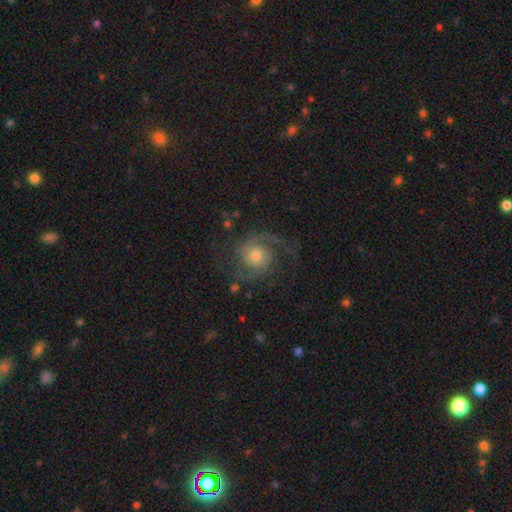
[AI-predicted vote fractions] This is clearly a featured or disk galaxy (83%). It is clearly not viewed edge-on (98%). Bar: likely no (70%). Spiral arm pattern: clearly yes (96%). Spiral arm count: clearly 2 (84%). Spiral winding: possibly medium (53%). Central bulge: possibly moderate (54%). Merging: likely none (72%).